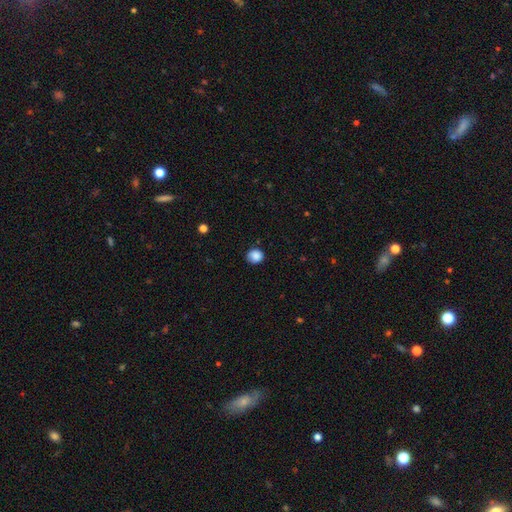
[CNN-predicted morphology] A smooth galaxy with no disk features (86%) that is round (85%).

Vote fractions:
- Smooth or featured? smooth: 86% / star or artifact: 9% / featured or disk: 4%
- How rounded? round: 85% / in between: 14% / cigar-shaped: 1%
- Merging? none: 80% / minor disturbance: 16% / major disturbance: 3% / merger: 1%